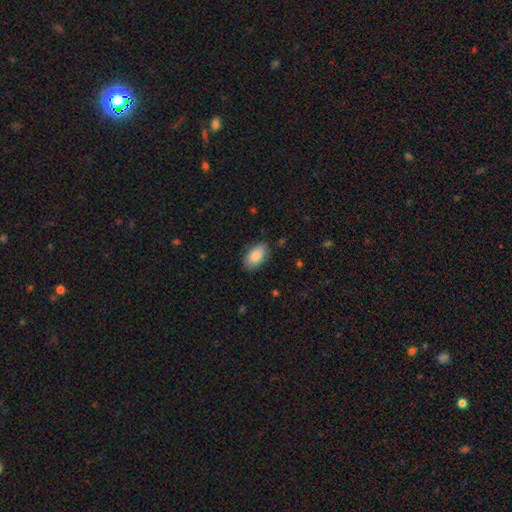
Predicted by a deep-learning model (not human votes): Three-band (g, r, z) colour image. It shows a smooth galaxy with no disk features (88%) that is in between round and cigar-shaped (94%). Merging: none (83%).